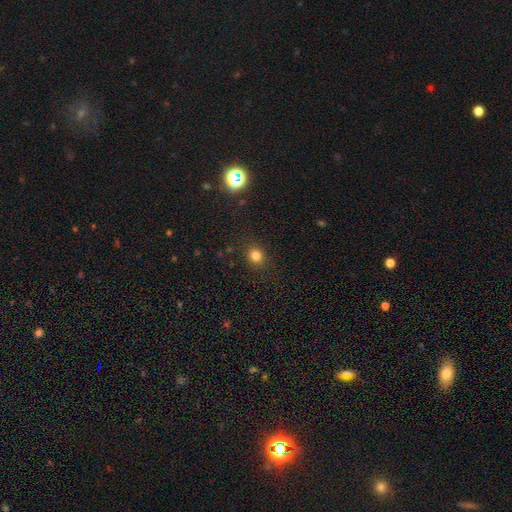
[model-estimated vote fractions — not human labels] Smooth or featured? smooth (80%)
How rounded? round (81%)
Merging? none (88%)